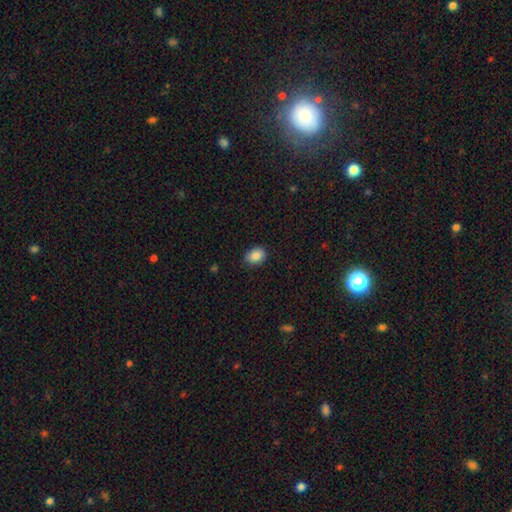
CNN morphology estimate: Smooth or featured? Predicted: smooth (p=0.87). How rounded? Predicted: in between (p=0.72). Merging? Predicted: none (p=0.84).